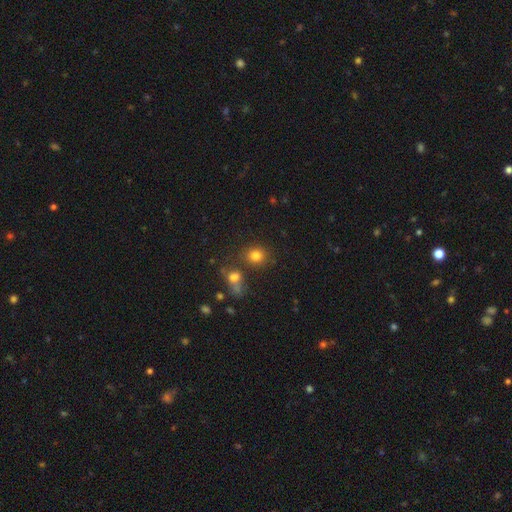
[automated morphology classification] Smooth or featured? smooth (80%)
How rounded? round (79%)
Merging? none (70%)